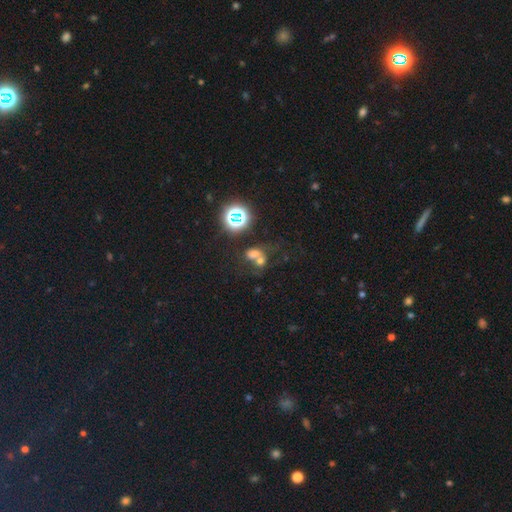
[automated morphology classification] A smooth galaxy with no disk features (51%) that is round (53%).

Vote fractions:
- Smooth or featured? smooth: 51% / star or artifact: 31% / featured or disk: 17%
- How rounded? round: 53% / in between: 45% / cigar-shaped: 2%
- Merging? merger: 59% / none: 26% / minor disturbance: 8% / major disturbance: 7%